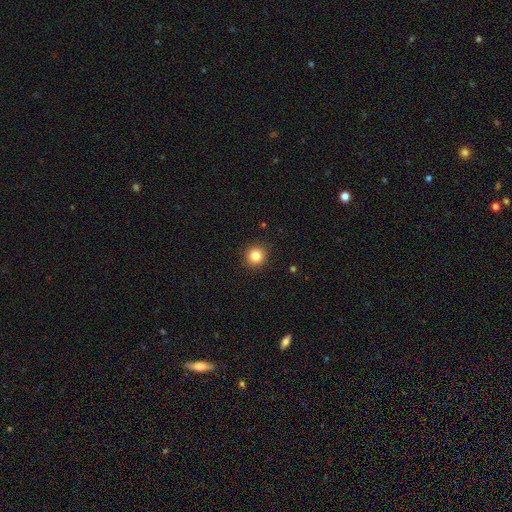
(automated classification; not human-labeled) smooth_or_featured: smooth (p=0.84) [alt: star or artifact p=0.11]
how_rounded: round (p=0.92) [alt: in between p=0.07]
merging: none (p=0.91) [alt: minor disturbance p=0.06]